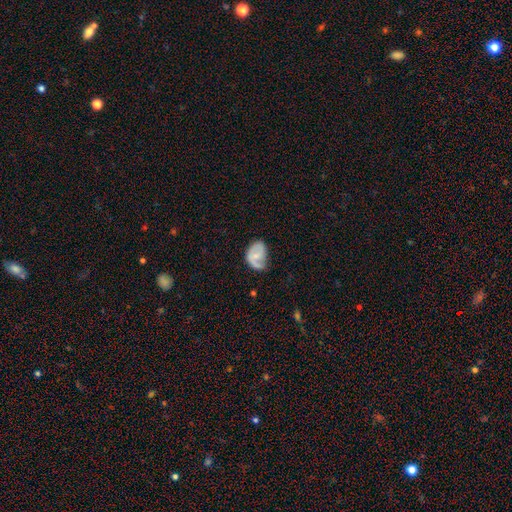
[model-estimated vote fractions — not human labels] smooth-or-featured: featured or disk: 53% | smooth: 40% | star or artifact: 7%
  disk-edge-on: no: 97% | yes: 3%
    bar: no: 50% | weak: 39% | strong: 11%
    has-spiral-arms: yes: 74% | no: 26%
    bulge-size: small: 53% | moderate: 28% | none: 15% | large: 2% | dominant: 1%
  merging: none: 37% | minor disturbance: 36% | major disturbance: 24% | merger: 3%